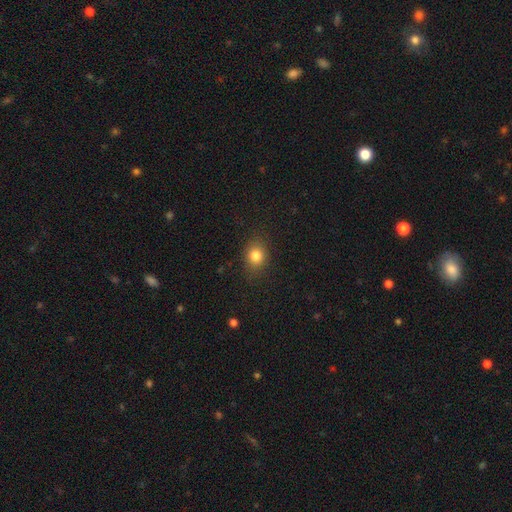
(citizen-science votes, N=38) Overall: smooth (95%). How rounded: round (50%; in between 47%). Merging: none (89%).